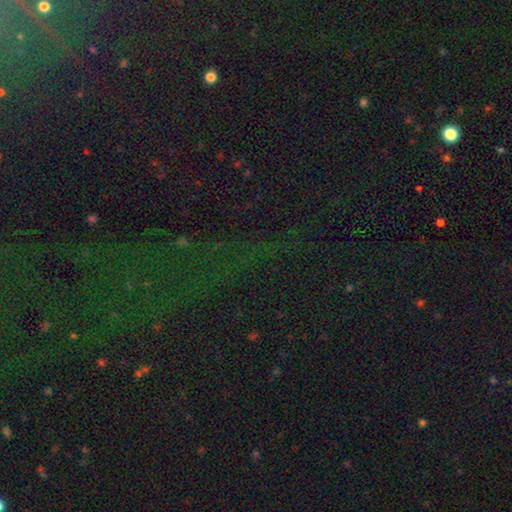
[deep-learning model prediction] smooth-or-featured: star or artifact: 81% | smooth: 12% | featured or disk: 8%